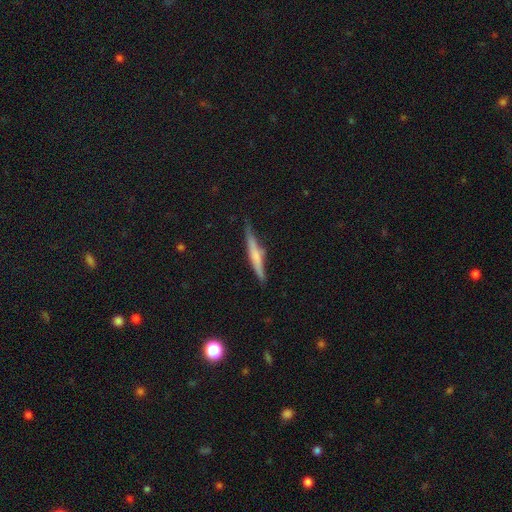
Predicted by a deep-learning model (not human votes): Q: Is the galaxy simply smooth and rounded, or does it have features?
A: featured or disk — 52%.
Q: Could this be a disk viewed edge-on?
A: yes — 96%.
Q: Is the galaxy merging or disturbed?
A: none — 77%.